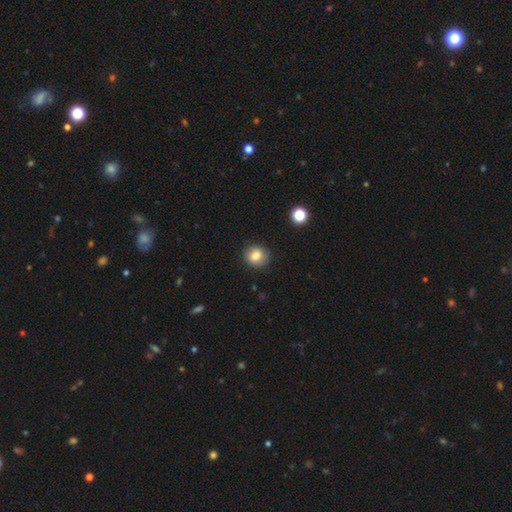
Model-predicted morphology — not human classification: This is clearly a smooth galaxy (81%). How rounded: likely round (80%). Merging: clearly none (86%).